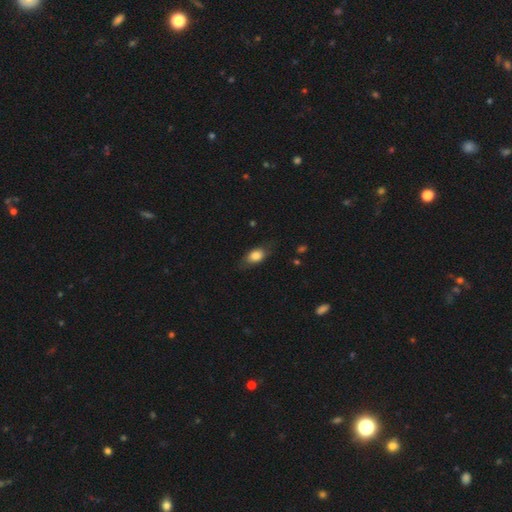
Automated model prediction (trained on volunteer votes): Smooth or featured?
  - smooth: 80% *
  - featured or disk: 13%
  - star or artifact: 7%
How rounded?
  - in between: 83% *
  - round: 12%
  - cigar-shaped: 5%
Merging?
  - none: 70% *
  - minor disturbance: 22%
  - major disturbance: 7%
  - merger: 1%